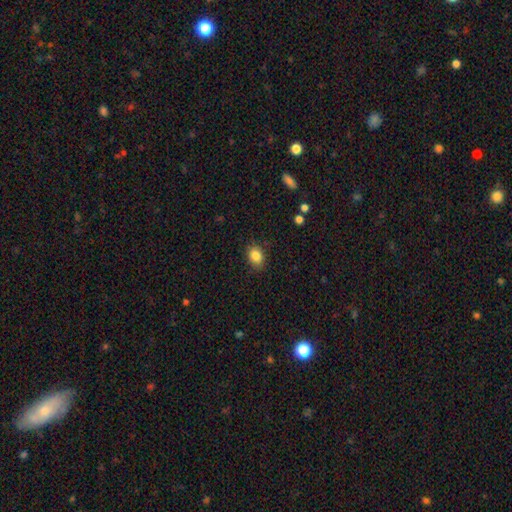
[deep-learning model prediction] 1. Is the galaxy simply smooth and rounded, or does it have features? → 85% smooth, 9% star or artifact, 6% featured or disk.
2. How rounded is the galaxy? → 63% in between, 36% round, 1% cigar-shaped.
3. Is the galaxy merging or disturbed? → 86% none, 11% minor disturbance, 3% major disturbance, 1% merger.